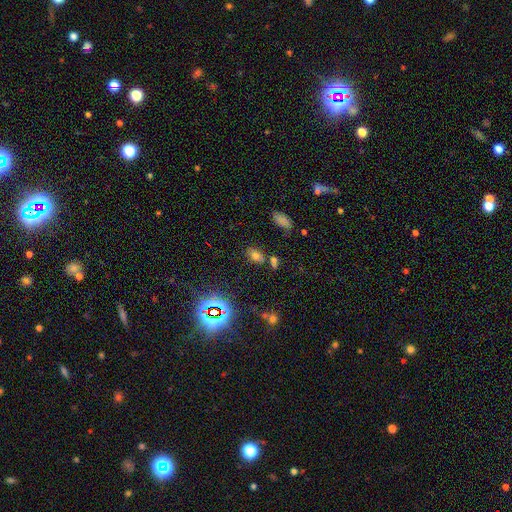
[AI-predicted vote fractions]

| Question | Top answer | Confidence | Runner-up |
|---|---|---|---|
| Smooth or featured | smooth | 61% | star or artifact (26%) |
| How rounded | in between | 85% | round (11%) |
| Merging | none | 69% | minor disturbance (14%) |